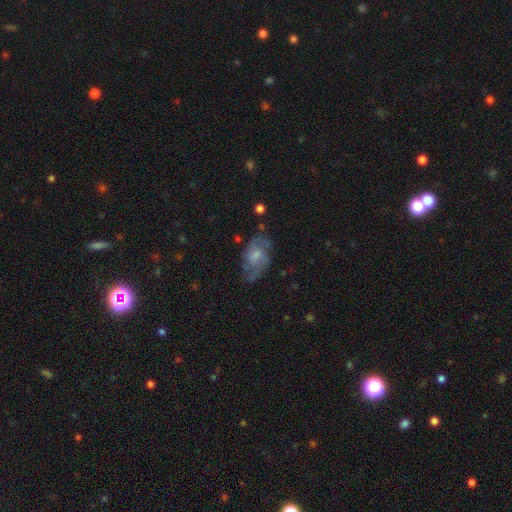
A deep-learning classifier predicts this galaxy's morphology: Q: Smooth or featured?
A: featured or disk (61%); runner-up: smooth (31%)
Q: Edge-on disk?
A: no (95%); runner-up: yes (5%)
Q: Bar?
A: no (60%); runner-up: weak (35%)
Q: Spiral arms?
A: yes (79%); runner-up: no (21%)
Q: Bulge size?
A: moderate (42%); runner-up: small (33%)
Q: Merging?
A: none (60%); runner-up: minor disturbance (24%)